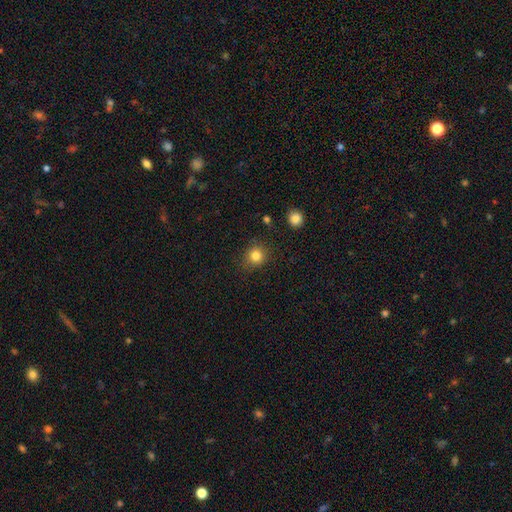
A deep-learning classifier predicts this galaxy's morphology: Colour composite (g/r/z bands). It shows a smooth galaxy with no disk features (82%) that is round (87%). Merging: none (84%).